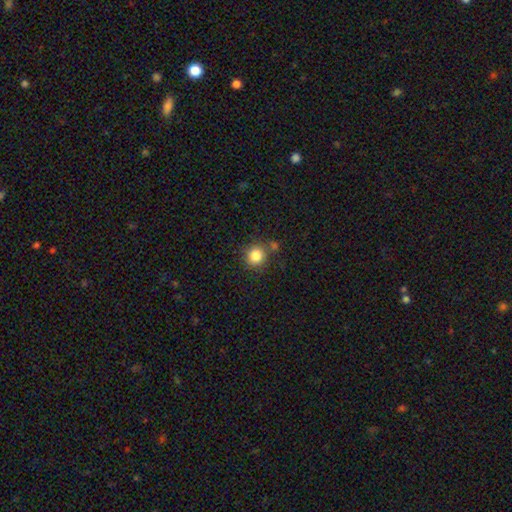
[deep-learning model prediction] A smooth galaxy with no disk features (84%) that is round (91%).

Vote fractions:
- Smooth or featured? smooth: 84% / star or artifact: 11% / featured or disk: 6%
- How rounded? round: 91% / in between: 9% / cigar-shaped: 1%
- Merging? none: 75% / minor disturbance: 11% / merger: 10% / major disturbance: 3%